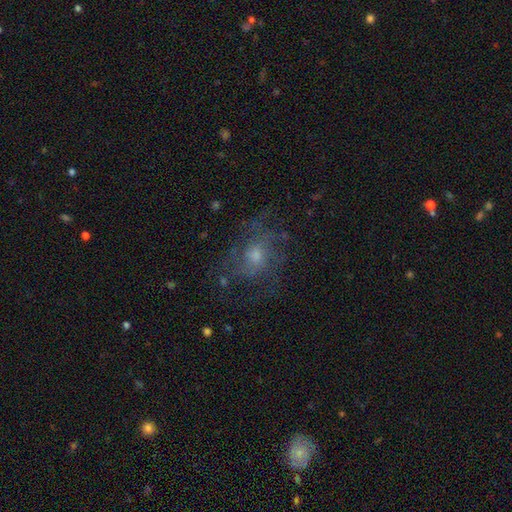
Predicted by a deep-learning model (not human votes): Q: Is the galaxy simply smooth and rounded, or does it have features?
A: featured or disk — 57%.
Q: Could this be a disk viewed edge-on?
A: no — 96%.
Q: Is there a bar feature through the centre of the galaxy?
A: no — 76%.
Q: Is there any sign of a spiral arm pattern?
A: yes — 70%.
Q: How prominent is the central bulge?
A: moderate — 46%.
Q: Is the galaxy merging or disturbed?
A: none — 60%.